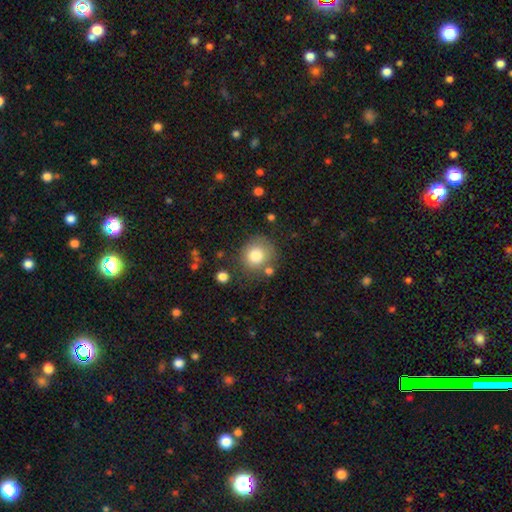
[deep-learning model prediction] A smooth galaxy with no disk features (80%) that is round (87%).

Vote fractions:
- Smooth or featured? smooth: 80% / featured or disk: 10% / star or artifact: 10%
- How rounded? round: 87% / in between: 12% / cigar-shaped: 1%
- Merging? none: 73% / minor disturbance: 14% / merger: 7% / major disturbance: 6%